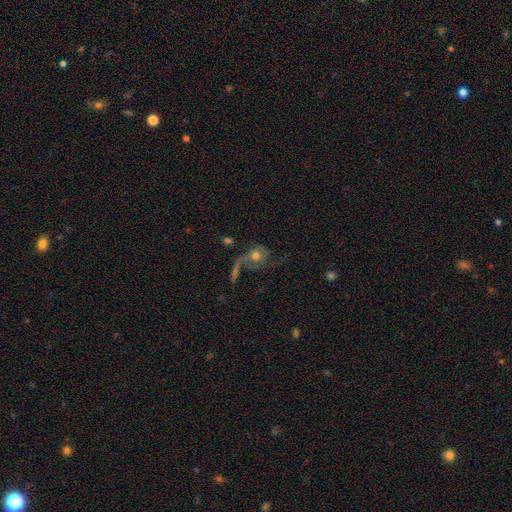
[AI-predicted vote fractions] A featured or disk galaxy (69%) with no bar (78%), 2 (48%) loose (58%) spiral arms (85%) and a moderate central bulge (63%).

Vote fractions:
- Smooth or featured? featured or disk: 69% / smooth: 20% / star or artifact: 11%
- Edge-on disk? no: 96% / yes: 4%
- Bar? no: 78% / weak: 17% / strong: 4%
- Spiral arms? yes: 85% / no: 15%
- Spiral winding? loose: 58% / medium: 31% / tight: 11%
- Spiral arm count? 2: 48% / 1: 32% / can't tell: 9% / 3: 6% / 4: 2% / more than 4: 2%
- Bulge size? moderate: 63% / small: 22% / large: 10% / none: 3% / dominant: 2%
- Merging? none: 38% / major disturbance: 35% / minor disturbance: 16% / merger: 12%